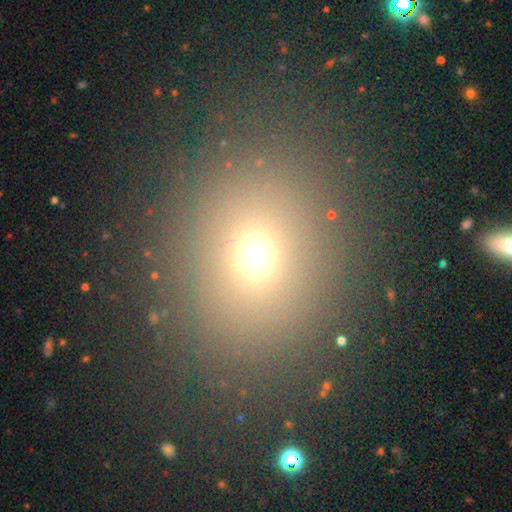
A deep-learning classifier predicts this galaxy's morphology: A smooth galaxy with no disk features (67%) that is round (69%).

Vote fractions:
- Smooth or featured? smooth: 67% / star or artifact: 24% / featured or disk: 9%
- How rounded? round: 69% / in between: 30% / cigar-shaped: 1%
- Merging? none: 83% / minor disturbance: 8% / major disturbance: 6% / merger: 3%